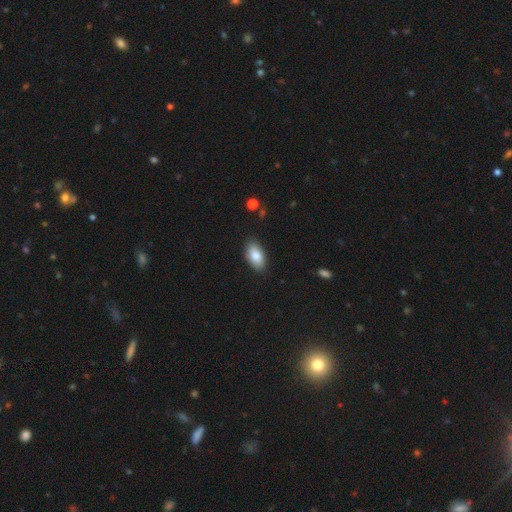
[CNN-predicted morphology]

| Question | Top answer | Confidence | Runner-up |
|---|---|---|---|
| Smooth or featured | smooth | 85% | featured or disk (8%) |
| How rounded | in between | 93% | round (3%) |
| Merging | none | 87% | minor disturbance (10%) |